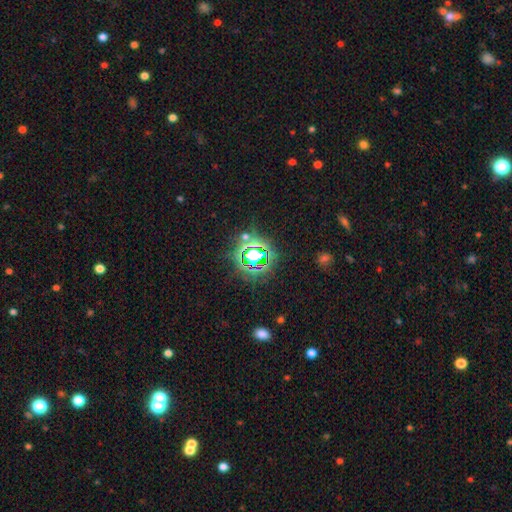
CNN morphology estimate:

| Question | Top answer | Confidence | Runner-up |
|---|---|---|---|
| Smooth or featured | star or artifact | 70% | smooth (19%) |